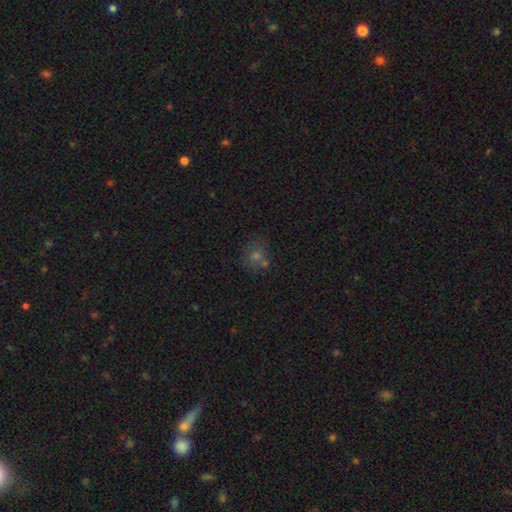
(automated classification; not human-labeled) smooth_or_featured: smooth (p=0.55) [alt: star or artifact p=0.28]
how_rounded: round (p=0.75) [alt: in between p=0.24]
merging: none (p=0.58) [alt: merger p=0.24]